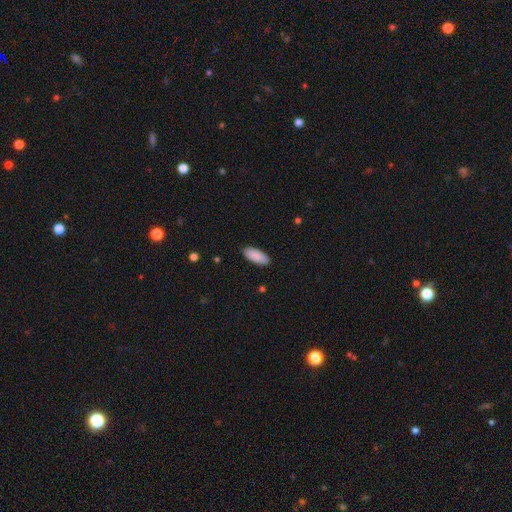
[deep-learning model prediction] A smooth galaxy with no disk features (90%) that is in between round and cigar-shaped (84%).

Vote fractions:
- Smooth or featured? smooth: 90% / star or artifact: 6% / featured or disk: 4%
- How rounded? in between: 84% / cigar-shaped: 14% / round: 2%
- Merging? none: 89% / minor disturbance: 8% / major disturbance: 2% / merger: 1%